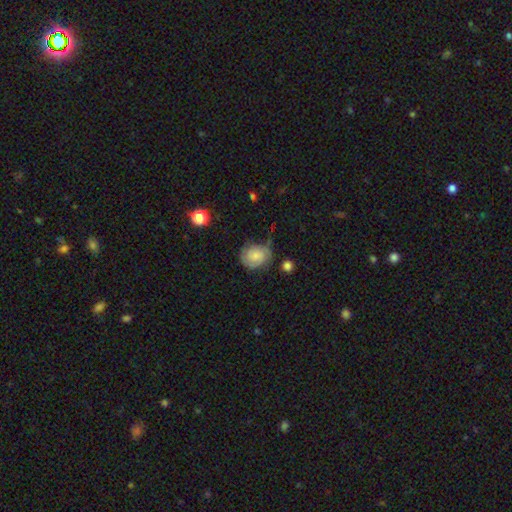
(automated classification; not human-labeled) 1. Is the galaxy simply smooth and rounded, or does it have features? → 55% featured or disk, 37% smooth, 8% star or artifact.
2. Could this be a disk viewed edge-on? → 97% no, 3% yes.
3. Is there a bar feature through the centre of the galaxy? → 64% no, 31% weak, 5% strong.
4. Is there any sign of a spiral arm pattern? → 90% yes, 10% no.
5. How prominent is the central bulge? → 48% small, 31% moderate, 14% none, 5% large, 2% dominant.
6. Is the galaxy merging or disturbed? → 65% none, 24% minor disturbance, 9% major disturbance, 3% merger.